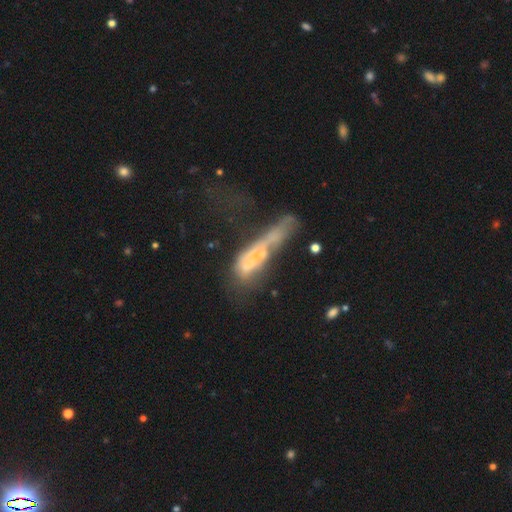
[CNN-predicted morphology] smooth-or-featured: featured or disk: 49% | smooth: 38% | star or artifact: 13%
  merging: major disturbance: 41% | merger: 31% | none: 15% | minor disturbance: 13%